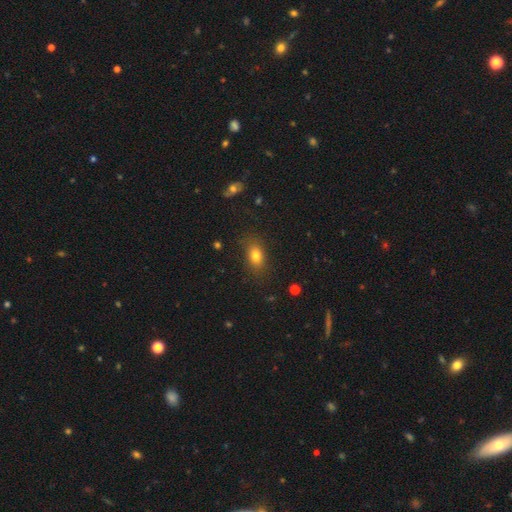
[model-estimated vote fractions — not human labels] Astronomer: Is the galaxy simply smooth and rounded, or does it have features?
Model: smooth — 79%.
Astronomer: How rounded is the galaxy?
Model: in between — 78%.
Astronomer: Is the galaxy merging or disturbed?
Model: none — 80%.